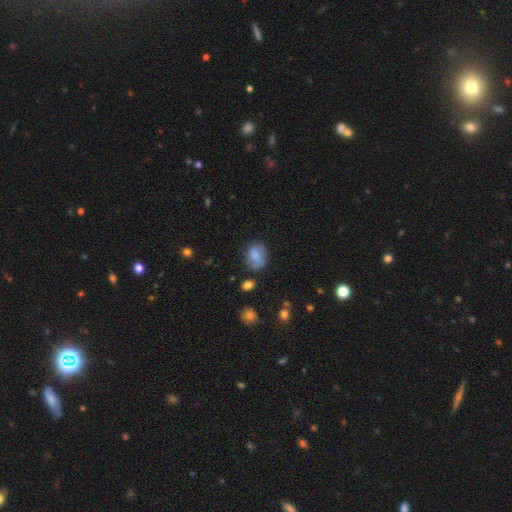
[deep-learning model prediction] Morphology: type=smooth (78%); roundness=in between (68%); merging=none (61%).